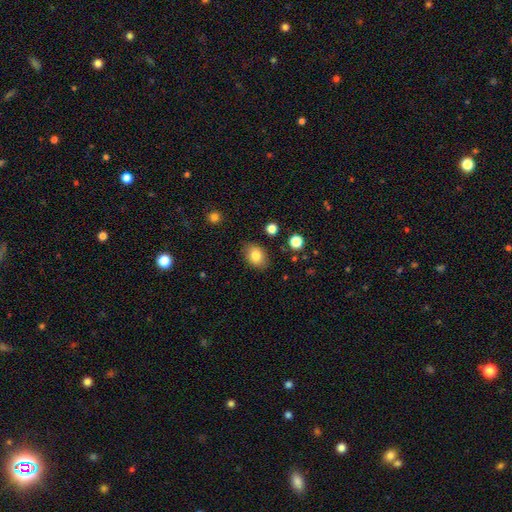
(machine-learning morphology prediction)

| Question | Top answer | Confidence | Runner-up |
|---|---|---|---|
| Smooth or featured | smooth | 82% | star or artifact (9%) |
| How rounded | in between | 68% | round (31%) |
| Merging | none | 82% | minor disturbance (13%) |